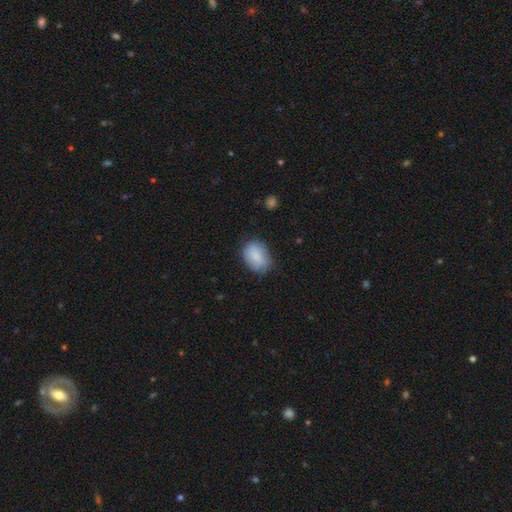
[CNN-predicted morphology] smooth 85%, featured or disk 9%, star or artifact 6%. Down the decision tree: how rounded — in between (79%); merging — none (71%).